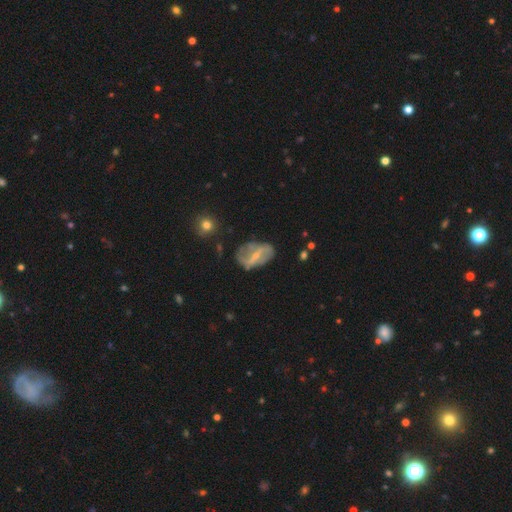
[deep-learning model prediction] Overall: featured or disk (69%). Edge-on disk: no (94%). Bar: strong (46%; weak 38%). Spiral arms: yes (62%; no 38%). Bulge size: small (63%). Merging: none (56%; minor disturbance 26%).